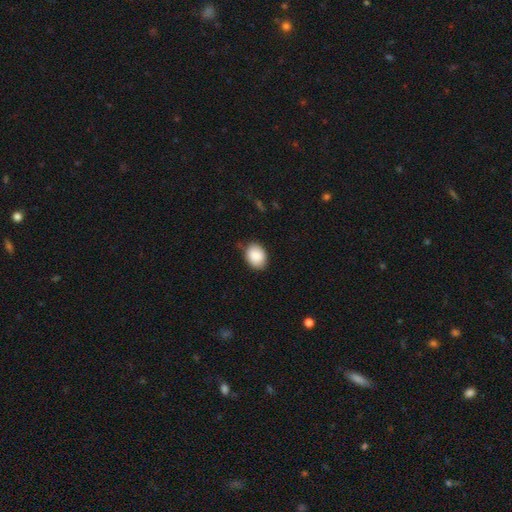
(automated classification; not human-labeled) Smooth or featured: smooth — 89% (star or artifact — 7%)
How rounded: in between — 67% (round — 33%)
Merging: none — 82% (minor disturbance — 14%)